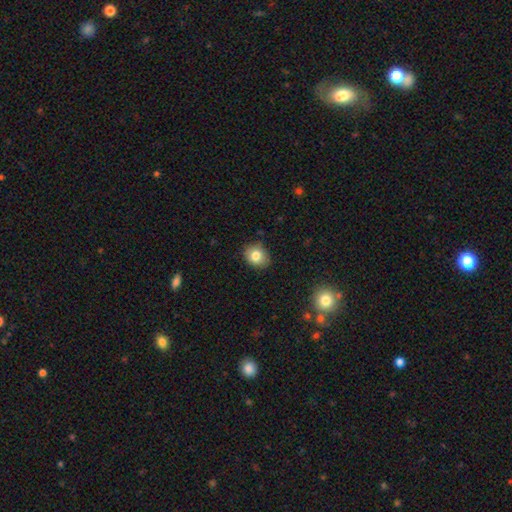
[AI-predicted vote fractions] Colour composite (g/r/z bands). It shows a smooth galaxy with no disk features (81%) that is round (57%). Merging: none (85%).